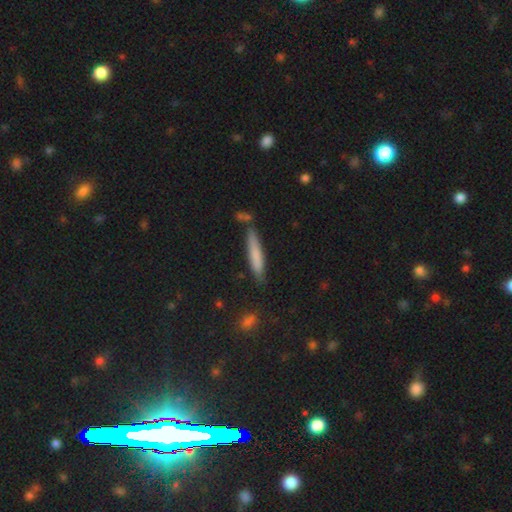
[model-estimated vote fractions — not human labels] Smooth or featured? smooth (74%)
How rounded? cigar-shaped (92%)
Merging? none (78%)